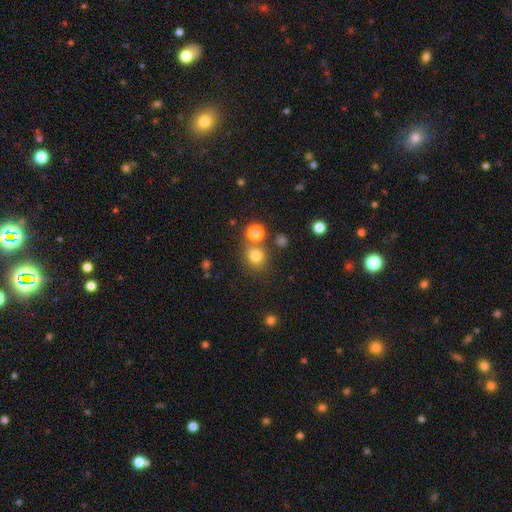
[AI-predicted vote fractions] smooth-or-featured: smooth: 77% | star or artifact: 16% | featured or disk: 7%
  how-rounded: round: 83% | in between: 16% | cigar-shaped: 1%
  merging: none: 69% | merger: 16% | minor disturbance: 10% | major disturbance: 4%